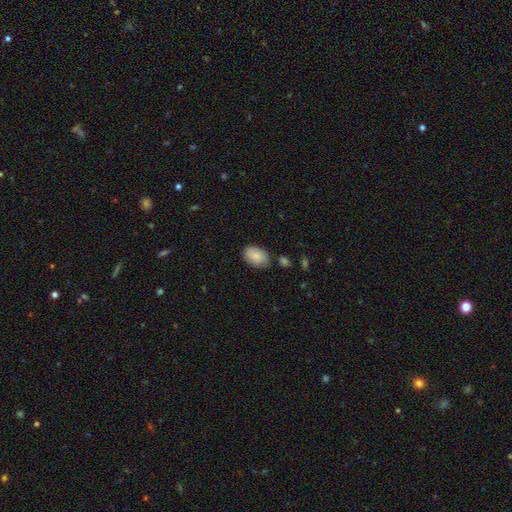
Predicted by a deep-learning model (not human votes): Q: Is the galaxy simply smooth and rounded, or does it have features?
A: smooth — 82%.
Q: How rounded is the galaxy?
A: in between — 88%.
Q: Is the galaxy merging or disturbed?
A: none — 76%.